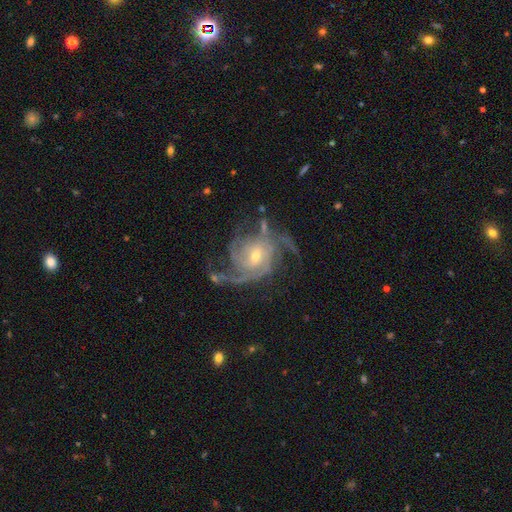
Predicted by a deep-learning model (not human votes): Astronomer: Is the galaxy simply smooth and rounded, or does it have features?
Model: featured or disk — 91%.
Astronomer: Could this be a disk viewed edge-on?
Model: no — 98%.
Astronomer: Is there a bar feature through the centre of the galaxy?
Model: no — 61%.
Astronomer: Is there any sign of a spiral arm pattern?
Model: yes — 98%.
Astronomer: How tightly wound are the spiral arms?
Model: tight — 44%, tied with medium at 44%.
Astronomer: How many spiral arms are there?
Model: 3 — 34% (runner-up: 4, 23%).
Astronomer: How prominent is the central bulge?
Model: small — 63%.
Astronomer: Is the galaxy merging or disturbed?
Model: none — 64%.